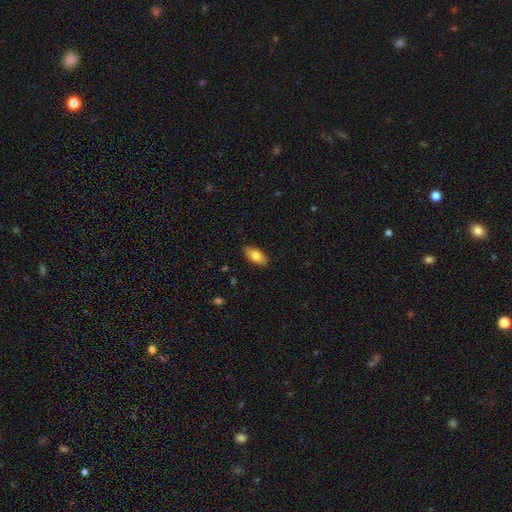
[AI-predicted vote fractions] This appears to be a smooth galaxy with no disk features (82%) that is in between round and cigar-shaped (91%). Merging: none (88%).